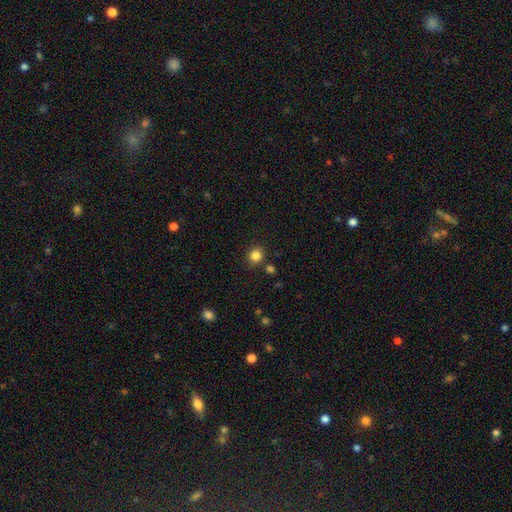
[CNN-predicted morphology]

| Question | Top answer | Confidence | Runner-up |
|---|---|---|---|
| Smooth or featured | smooth | 84% | star or artifact (12%) |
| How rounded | round | 84% | in between (15%) |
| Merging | none | 85% | minor disturbance (8%) |